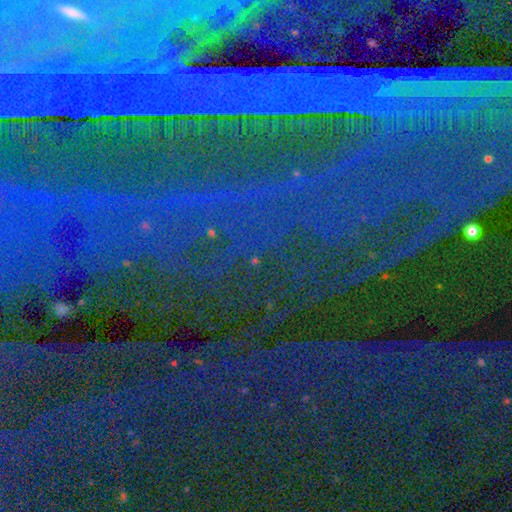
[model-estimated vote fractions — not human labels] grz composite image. It shows a star or artifact, not a galaxy (86%).